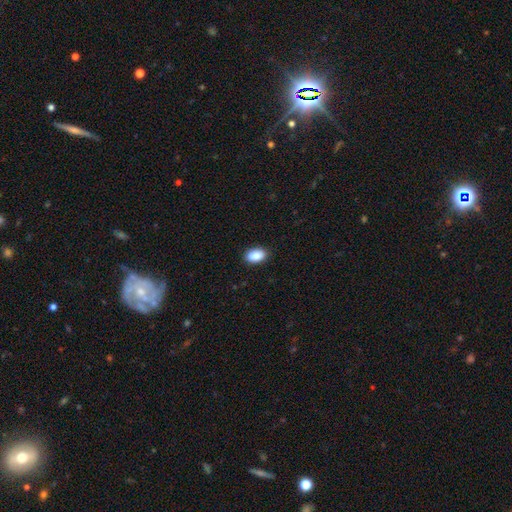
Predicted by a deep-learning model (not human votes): Smooth or featured: smooth — 89% (star or artifact — 7%)
How rounded: in between — 90% (round — 8%)
Merging: none — 89% (minor disturbance — 9%)